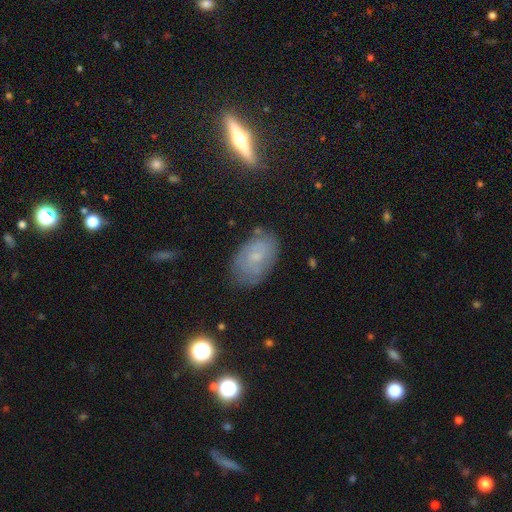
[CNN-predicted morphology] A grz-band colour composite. It shows a featured or disk galaxy (45%). Merging: none (74%).